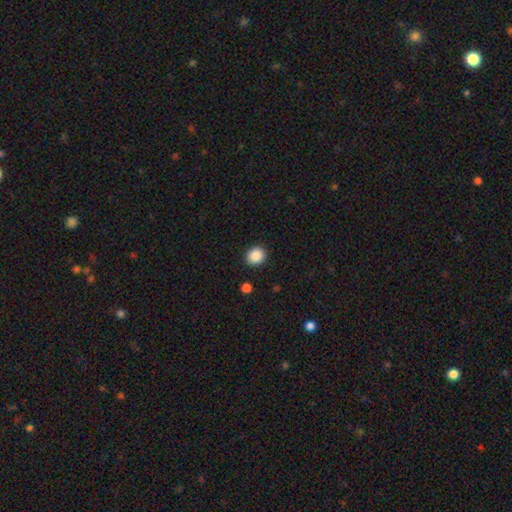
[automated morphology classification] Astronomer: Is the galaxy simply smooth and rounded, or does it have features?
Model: smooth — 88%.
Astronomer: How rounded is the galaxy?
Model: round — 76%.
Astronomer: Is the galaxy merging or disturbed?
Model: none — 90%.